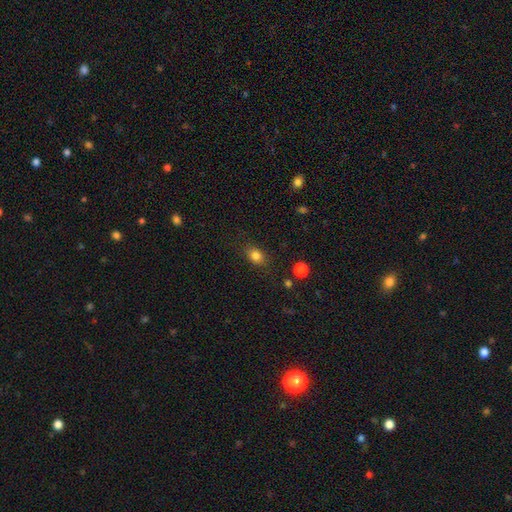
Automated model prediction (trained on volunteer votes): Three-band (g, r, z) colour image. It shows a smooth galaxy with no disk features (83%) that is in between round and cigar-shaped (62%). Merging: none (82%).